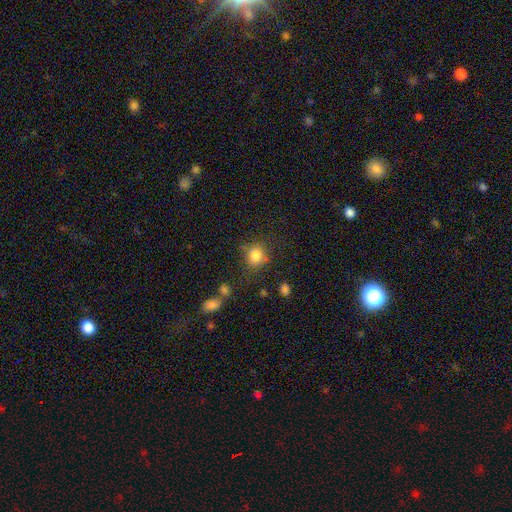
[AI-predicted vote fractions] Smooth or featured? Predicted: smooth (p=0.83). How rounded? Predicted: round (p=0.80). Merging? Predicted: none (p=0.73).